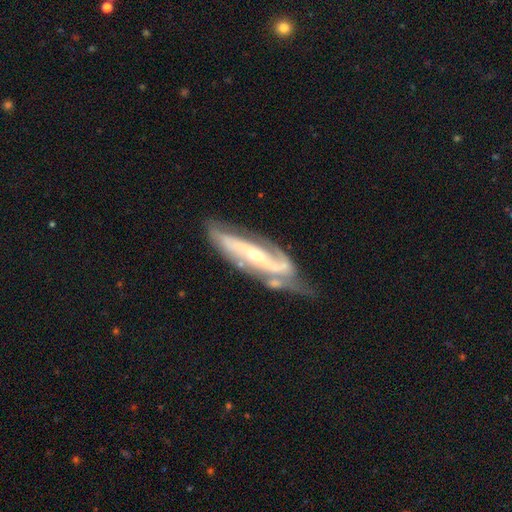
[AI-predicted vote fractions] Morphology: type=featured or disk (88%); edge-on=no (87%); bar=strong (42%); spiral arms=yes (96%); winding=medium (43%); arm count=2 (85%); bulge=small (56%); merging=none (54%).